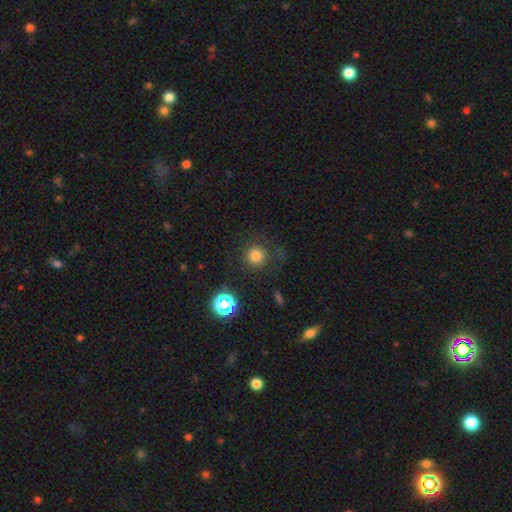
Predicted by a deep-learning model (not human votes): A smooth galaxy with no disk features (75%) that is round (94%).

Vote fractions:
- Smooth or featured? smooth: 75% / star or artifact: 17% / featured or disk: 8%
- How rounded? round: 94% / in between: 5% / cigar-shaped: 1%
- Merging? none: 78% / minor disturbance: 11% / major disturbance: 8% / merger: 2%